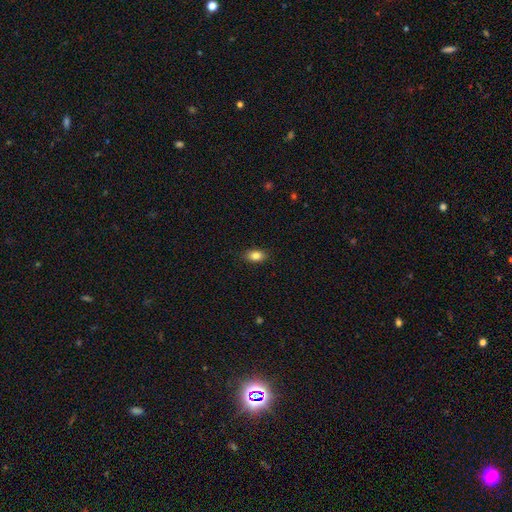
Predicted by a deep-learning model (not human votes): smooth_or_featured: smooth (p=0.85) [alt: star or artifact p=0.09]
how_rounded: in between (p=0.87) [alt: round p=0.10]
merging: none (p=0.88) [alt: minor disturbance p=0.09]